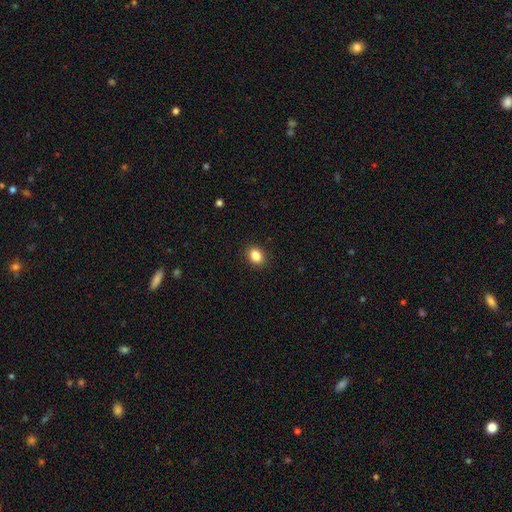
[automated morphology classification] This appears to be a smooth galaxy with no disk features (85%) that is in between round and cigar-shaped (58%). Merging: none (90%).